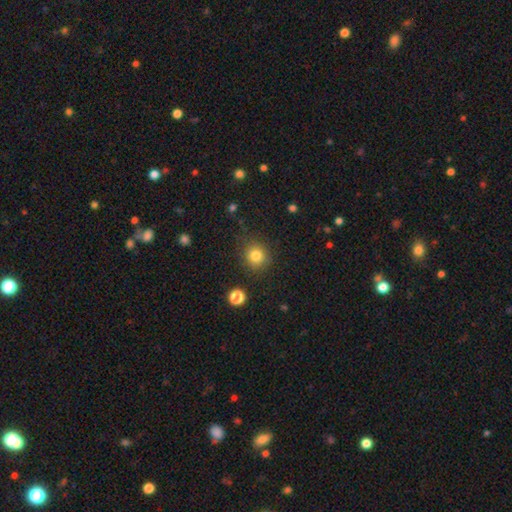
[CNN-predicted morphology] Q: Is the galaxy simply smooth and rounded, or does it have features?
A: smooth — 82%.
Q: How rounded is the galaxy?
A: round — 90%.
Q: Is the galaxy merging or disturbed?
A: none — 86%.